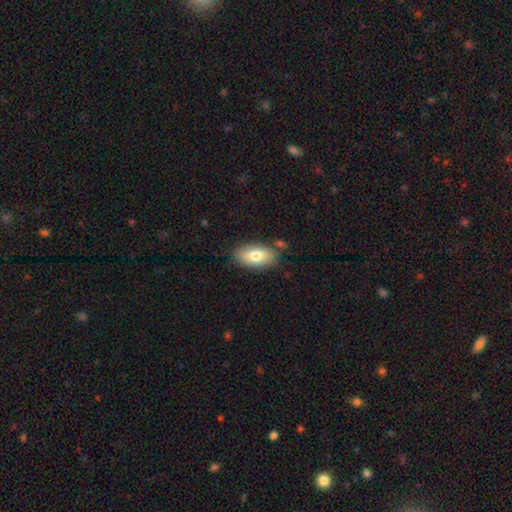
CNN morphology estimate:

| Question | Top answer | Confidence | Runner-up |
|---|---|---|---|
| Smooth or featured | smooth | 76% | featured or disk (18%) |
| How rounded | in between | 92% | round (4%) |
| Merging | none | 80% | minor disturbance (13%) |